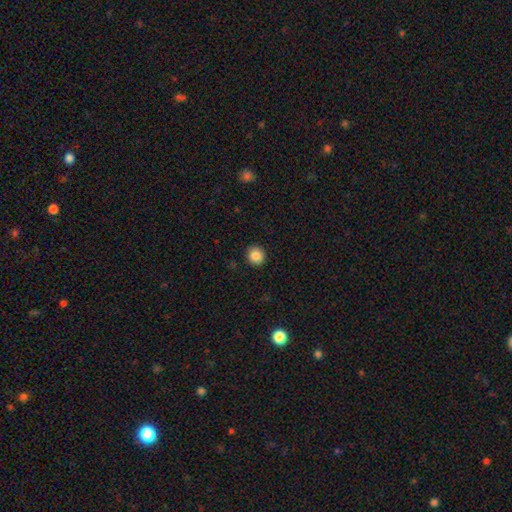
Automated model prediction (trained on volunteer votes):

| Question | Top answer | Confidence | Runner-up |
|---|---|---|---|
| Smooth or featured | smooth | 85% | star or artifact (9%) |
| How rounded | round | 88% | in between (11%) |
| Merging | none | 91% | minor disturbance (6%) |